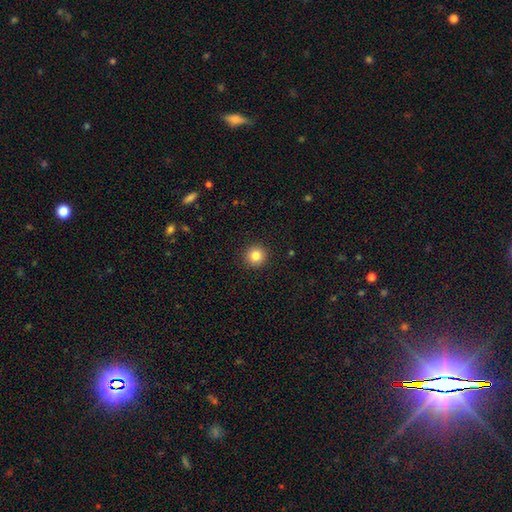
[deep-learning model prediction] smooth_or_featured: smooth (p=0.84) [alt: star or artifact p=0.11]
how_rounded: round (p=0.95) [alt: in between p=0.04]
merging: none (p=0.93) [alt: minor disturbance p=0.05]